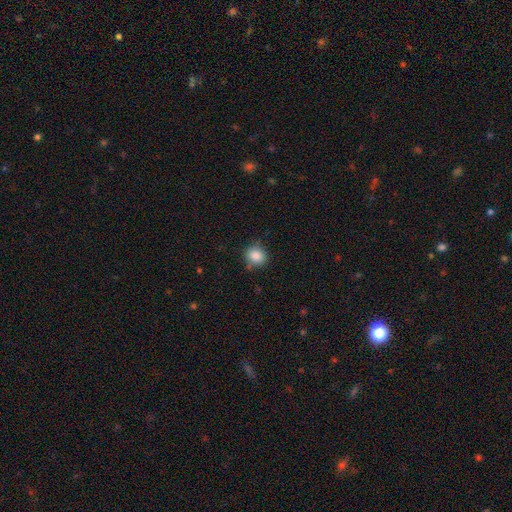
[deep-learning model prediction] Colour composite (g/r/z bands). It shows a smooth galaxy with no disk features (87%) that is round (74%). Merging: none (79%).